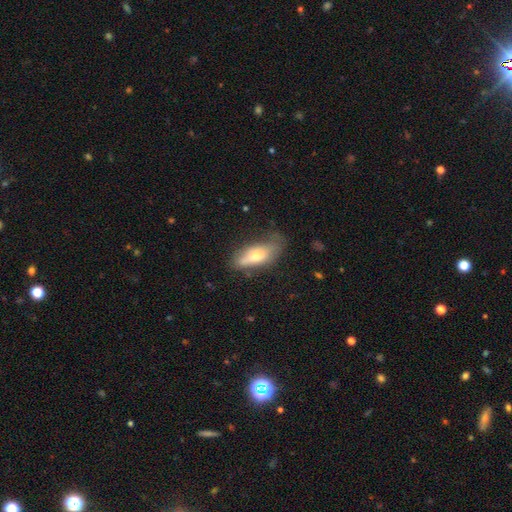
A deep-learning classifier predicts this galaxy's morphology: Smooth or featured? Predicted: smooth (p=0.65). How rounded? Predicted: in between (p=0.71). Merging? Predicted: none (p=0.53).